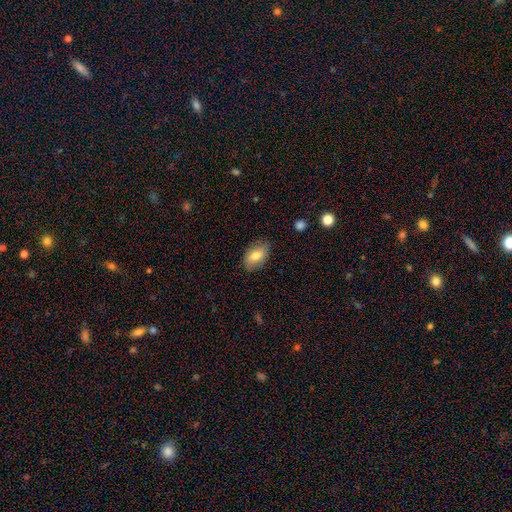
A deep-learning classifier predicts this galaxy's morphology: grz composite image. It shows a smooth galaxy with no disk features (77%) that is in between round and cigar-shaped (89%). Merging: none (78%).